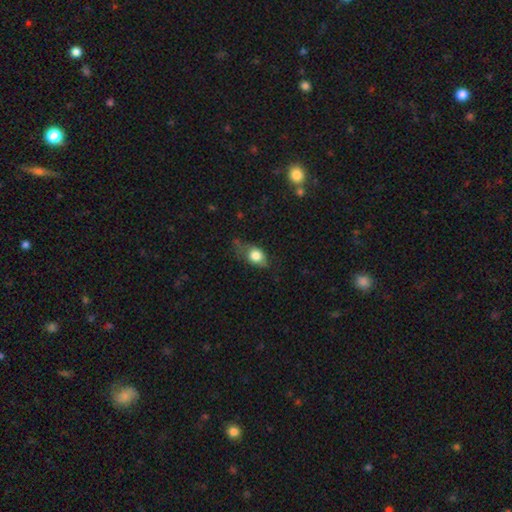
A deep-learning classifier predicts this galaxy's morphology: The model was most divided on "merging": none: 45%, minor disturbance: 36%, major disturbance: 16%, merger: 3%. More confident: smooth or featured — smooth (75%); how rounded — in between (65%).